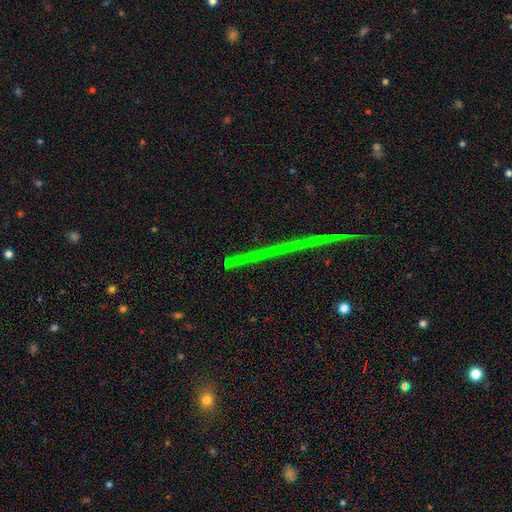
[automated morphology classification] The model was most divided on "smooth or featured": star or artifact: 81%, featured or disk: 12%, smooth: 7%.